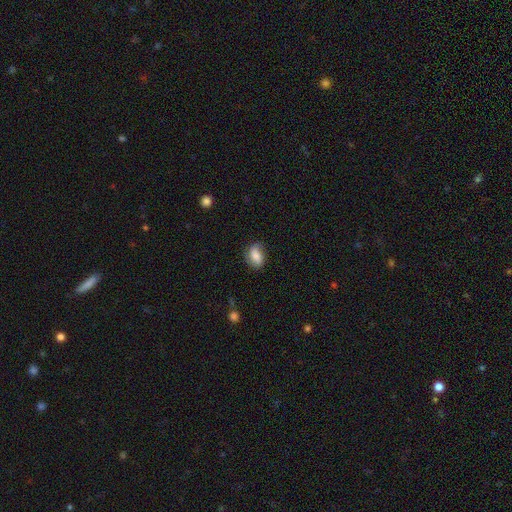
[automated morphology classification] Smooth or featured? smooth (74%)
How rounded? in between (80%)
Merging? none (68%)